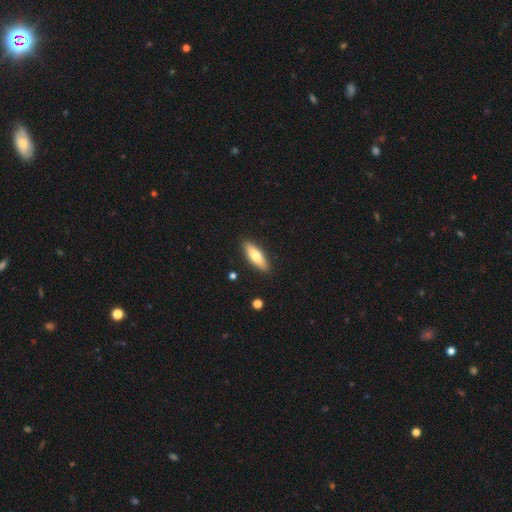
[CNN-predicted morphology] Q: Smooth or featured?
A: smooth (68%); runner-up: featured or disk (27%)
Q: How rounded?
A: in between (53%); runner-up: cigar-shaped (45%)
Q: Merging?
A: none (89%); runner-up: minor disturbance (8%)